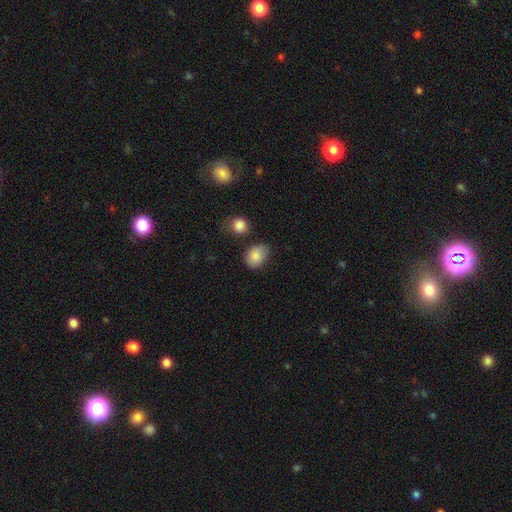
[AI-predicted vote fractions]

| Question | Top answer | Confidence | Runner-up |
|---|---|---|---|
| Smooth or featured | smooth | 86% | star or artifact (8%) |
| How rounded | in between | 68% | round (31%) |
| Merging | none | 66% | minor disturbance (23%) |